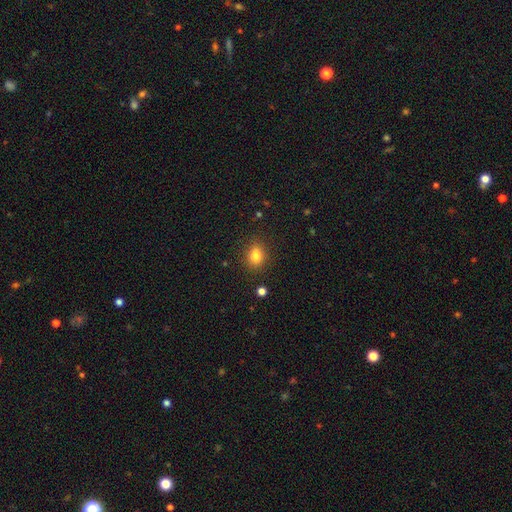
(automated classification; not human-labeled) smooth-or-featured: smooth: 81% | star or artifact: 12% | featured or disk: 7%
  how-rounded: in between: 58% | round: 40% | cigar-shaped: 2%
  merging: none: 80% | minor disturbance: 12% | merger: 4% | major disturbance: 3%